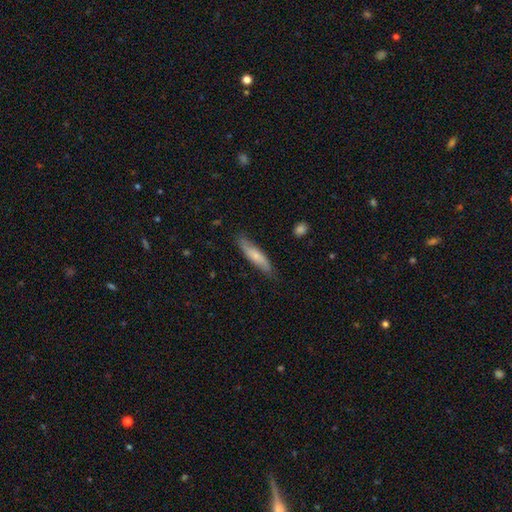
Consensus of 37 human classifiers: smooth_or_featured: smooth (p=0.78) [alt: featured or disk p=0.16]
how_rounded: cigar-shaped (p=0.83) [alt: in between p=0.17]
merging: none (p=0.89) [alt: major disturbance p=0.09]